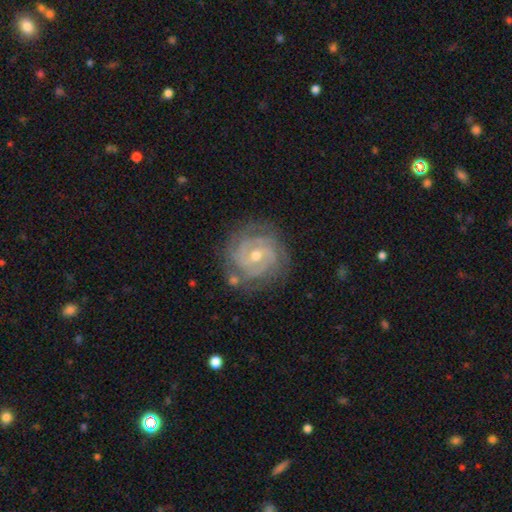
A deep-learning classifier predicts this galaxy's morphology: This is clearly a featured or disk galaxy (87%). It is clearly not viewed edge-on (98%). Bar: possibly no (53%). Spiral arm pattern: clearly yes (96%). Spiral arm count: marginally 3 (32%). Spiral winding: likely tight (72%). Central bulge: possibly moderate (53%). Merging: likely none (77%).